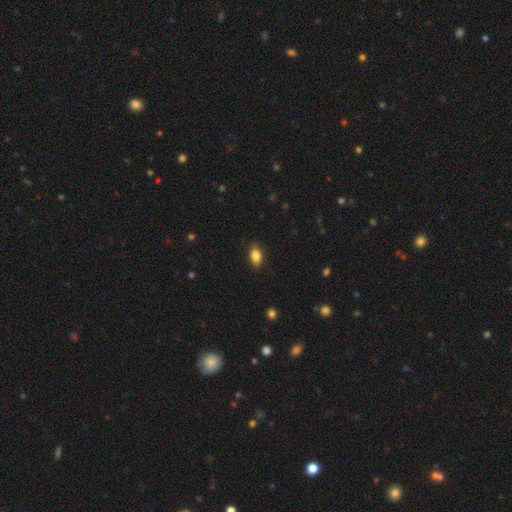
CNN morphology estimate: Smooth or featured? Predicted: smooth (p=0.84). How rounded? Predicted: in between (p=0.86). Merging? Predicted: none (p=0.82).